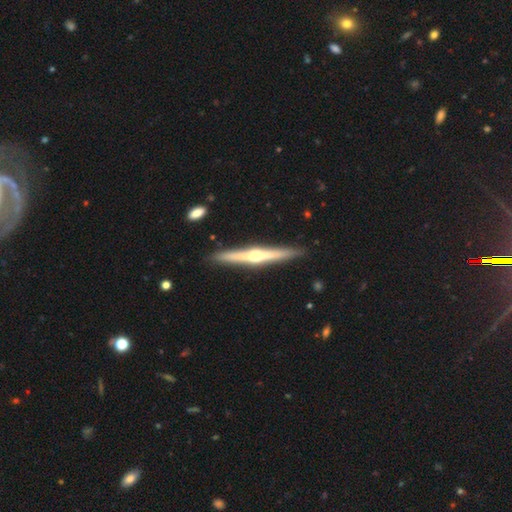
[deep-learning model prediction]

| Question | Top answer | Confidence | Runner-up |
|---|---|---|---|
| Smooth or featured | featured or disk | 77% | smooth (18%) |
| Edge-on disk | yes | 98% | no (2%) |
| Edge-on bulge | rounded | 92% | none (5%) |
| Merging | none | 90% | minor disturbance (7%) |